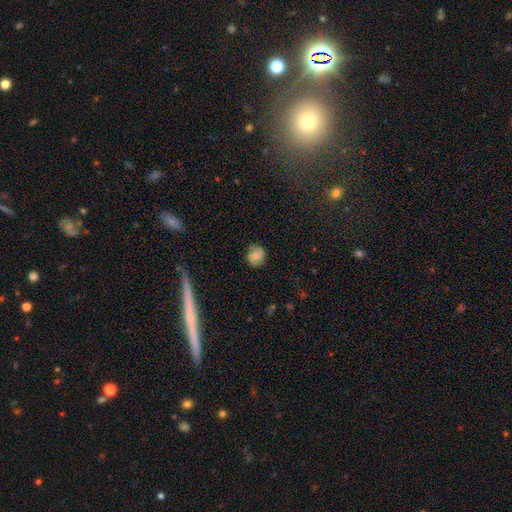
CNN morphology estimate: A smooth galaxy with no disk features (70%) that is round (80%). Merging: none (72%).